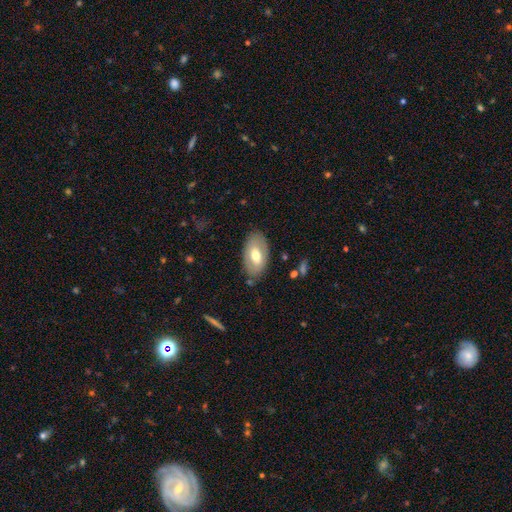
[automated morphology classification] Smooth or featured?
  - smooth: 59% *
  - featured or disk: 35%
  - star or artifact: 6%
How rounded?
  - in between: 94% *
  - round: 4%
  - cigar-shaped: 2%
Merging?
  - none: 80% *
  - minor disturbance: 14%
  - major disturbance: 4%
  - merger: 2%